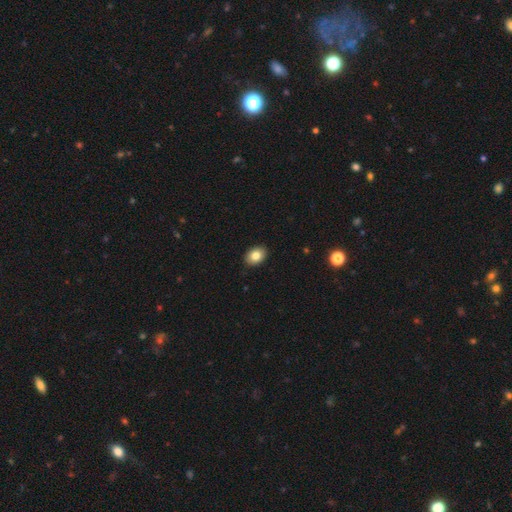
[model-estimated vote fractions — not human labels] This is clearly a smooth galaxy (83%). How rounded: likely in between (75%). Merging: clearly none (89%).